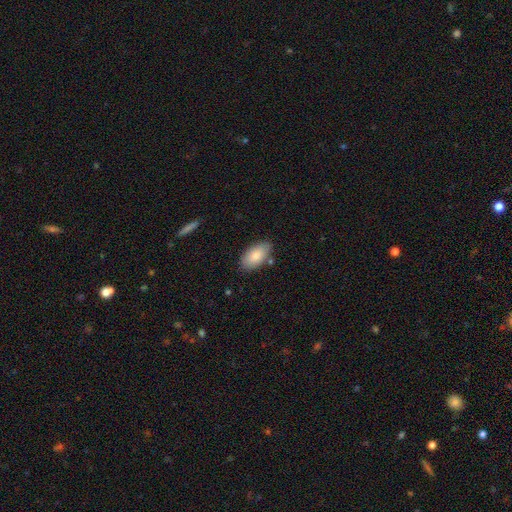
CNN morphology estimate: Q: Smooth or featured?
A: smooth (84%); runner-up: featured or disk (10%)
Q: How rounded?
A: in between (95%); runner-up: round (3%)
Q: Merging?
A: none (81%); runner-up: minor disturbance (13%)